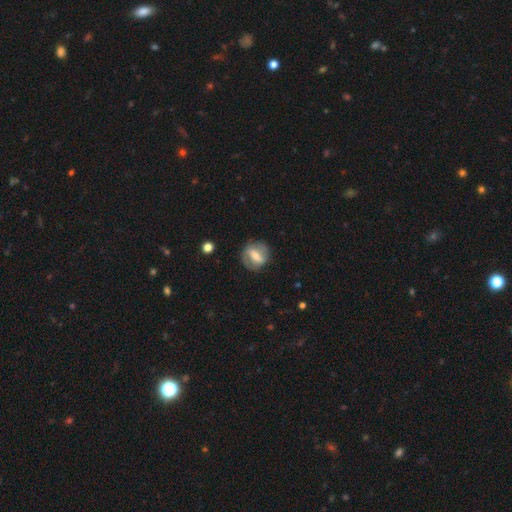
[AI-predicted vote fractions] The model was most divided on "bulge size": moderate: 48%, small: 37%, large: 7%, none: 6%, dominant: 1%. More confident: edge-on disk — no (92%); merging — none (78%); smooth or featured — featured or disk (58%); spiral arms — yes (56%); bar — strong (56%).